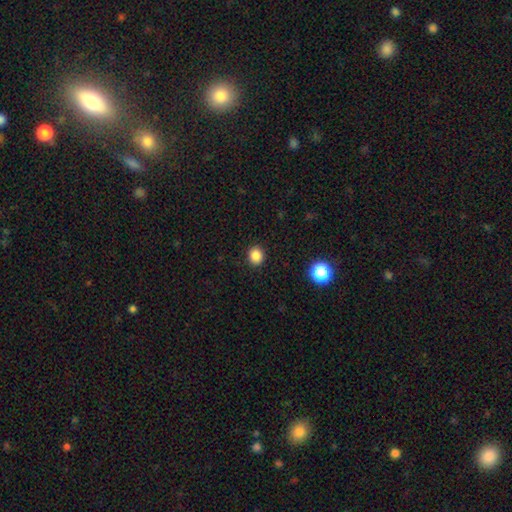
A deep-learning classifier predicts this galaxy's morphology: Overall: smooth (86%). How rounded: round (77%). Merging: none (91%).